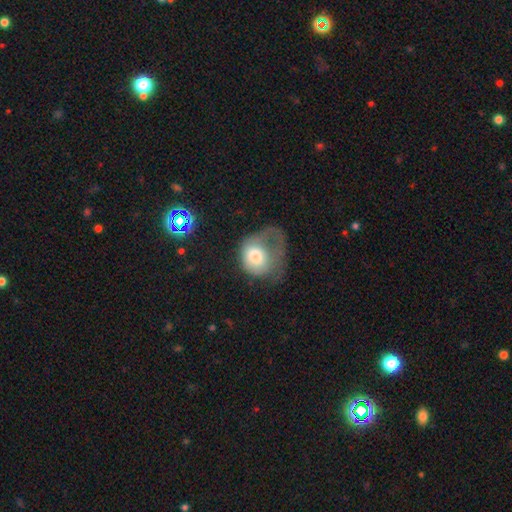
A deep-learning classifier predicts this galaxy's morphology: Smooth or featured: smooth — 64% (featured or disk — 28%)
How rounded: round — 59% (in between — 40%)
Merging: major disturbance — 63% (minor disturbance — 19%)